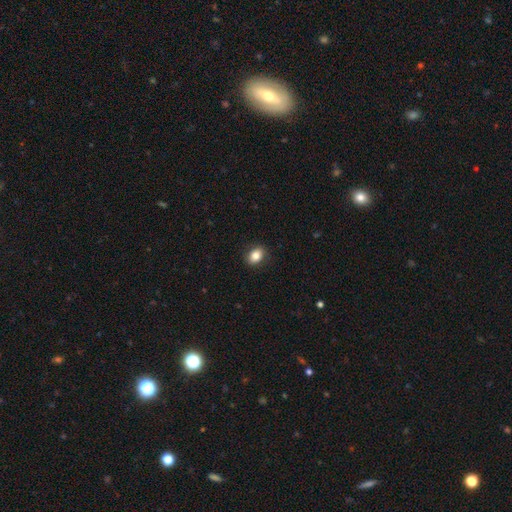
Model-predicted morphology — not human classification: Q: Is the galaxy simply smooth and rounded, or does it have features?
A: smooth — 84%.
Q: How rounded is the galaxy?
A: in between — 67%.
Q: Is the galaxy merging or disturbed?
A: none — 89%.